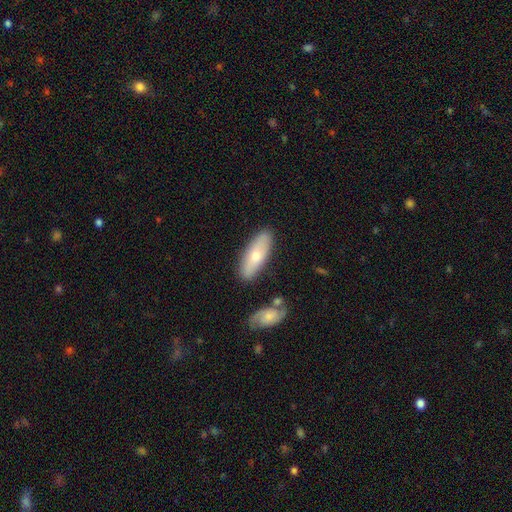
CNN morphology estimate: Overall: smooth (65%; featured or disk 29%). How rounded: in between (65%; cigar-shaped 33%). Merging: none (82%).